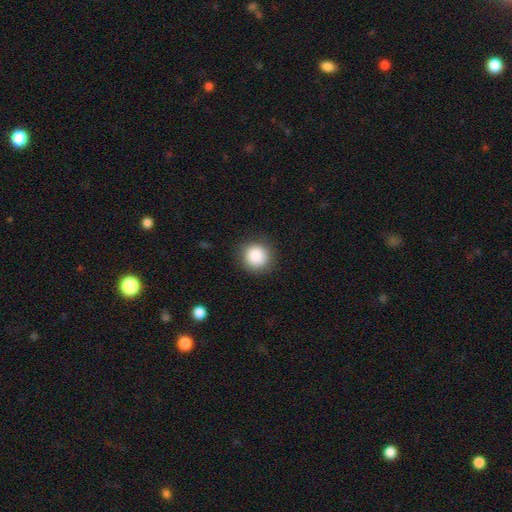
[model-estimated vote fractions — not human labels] Smooth or featured?
  - smooth: 87% *
  - star or artifact: 8%
  - featured or disk: 4%
How rounded?
  - round: 93% *
  - in between: 6%
  - cigar-shaped: 1%
Merging?
  - none: 88% *
  - minor disturbance: 8%
  - major disturbance: 3%
  - merger: 1%